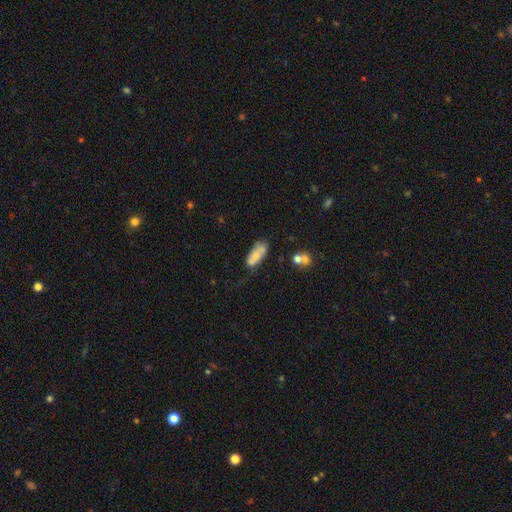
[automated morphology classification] smooth 64%, featured or disk 29%, star or artifact 8%. Down the decision tree: how rounded — in between (80%); merging — none (48%).